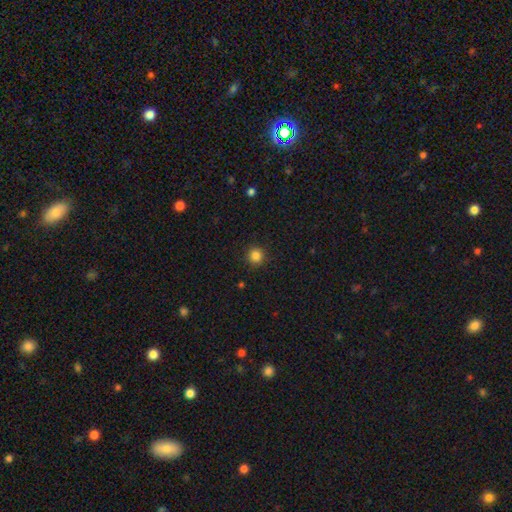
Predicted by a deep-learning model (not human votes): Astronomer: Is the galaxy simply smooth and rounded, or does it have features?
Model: smooth — 85%.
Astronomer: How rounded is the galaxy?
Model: round — 93%.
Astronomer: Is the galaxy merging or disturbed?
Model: none — 90%.